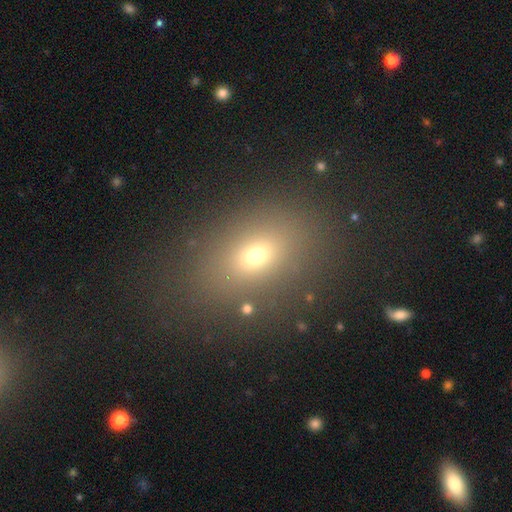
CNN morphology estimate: This appears to be a smooth galaxy with no disk features (66%) that is in between round and cigar-shaped (70%). Merging: none (83%).